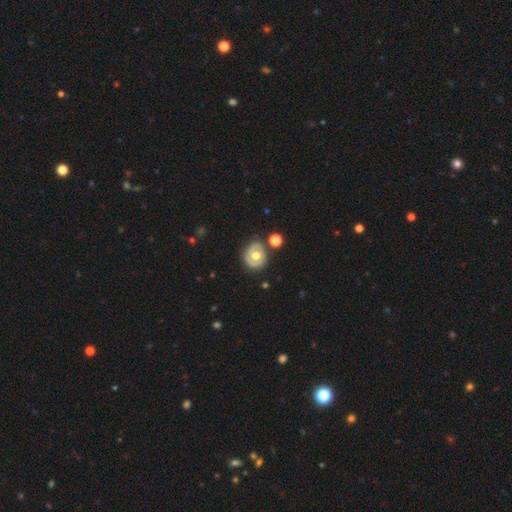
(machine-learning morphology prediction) smooth-or-featured: featured or disk: 57% | smooth: 36% | star or artifact: 7%
  disk-edge-on: no: 96% | yes: 4%
    bar: no: 79% | weak: 16% | strong: 5%
    has-spiral-arms: no: 60% | yes: 40%
    bulge-size: moderate: 73% | large: 19% | small: 5% | dominant: 1% | none: 1%
  merging: none: 73% | minor disturbance: 16% | major disturbance: 6% | merger: 5%